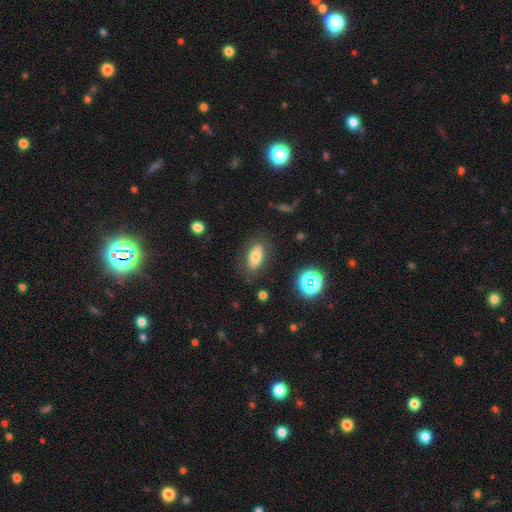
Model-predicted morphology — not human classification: This is likely a smooth galaxy (69%). How rounded: clearly in between (87%). Merging: likely none (80%).